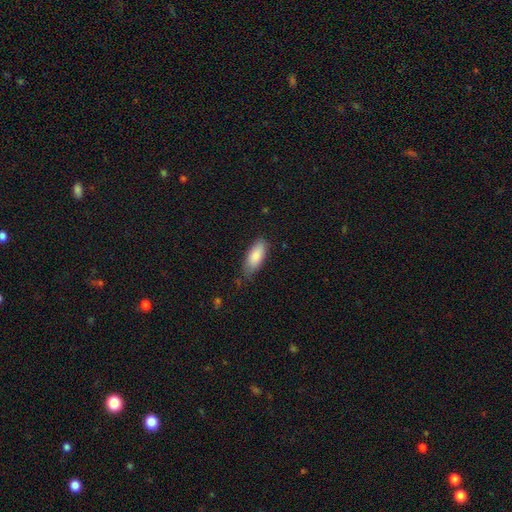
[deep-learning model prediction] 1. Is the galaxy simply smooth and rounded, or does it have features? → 85% smooth, 9% featured or disk, 6% star or artifact.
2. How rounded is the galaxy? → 81% in between, 17% cigar-shaped, 2% round.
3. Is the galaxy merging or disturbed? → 71% none, 23% minor disturbance, 4% major disturbance, 2% merger.